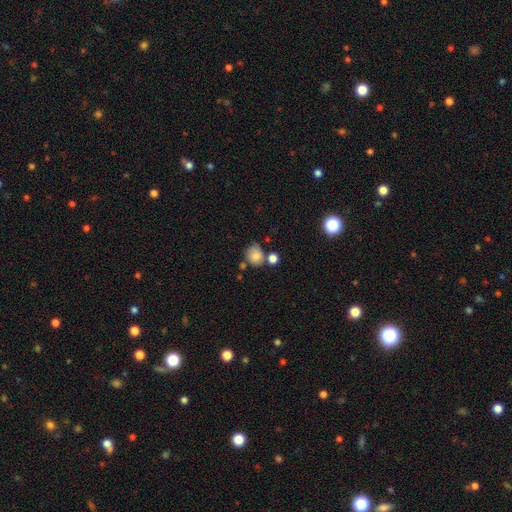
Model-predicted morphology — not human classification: This appears to be a smooth galaxy with no disk features (79%) that is round (69%). Merging: none (52%).